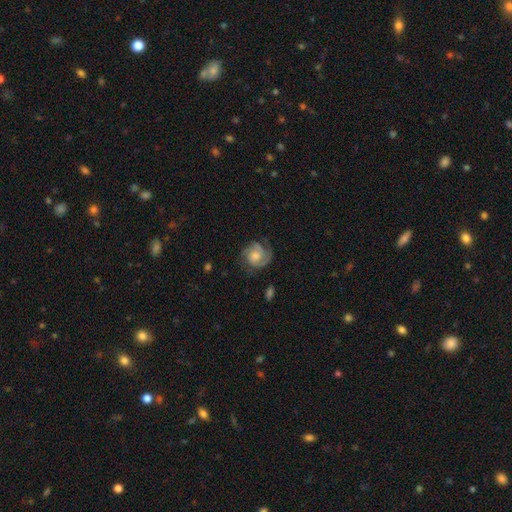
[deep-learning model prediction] A featured or disk galaxy (70%) with no bar (74%), 2 (44%) tight (51%) spiral arms (92%) and a moderate central bulge (49%).

Vote fractions:
- Smooth or featured? featured or disk: 70% / smooth: 22% / star or artifact: 7%
- Edge-on disk? no: 98% / yes: 2%
- Bar? no: 74% / weak: 23% / strong: 3%
- Spiral arms? yes: 92% / no: 8%
- Spiral winding? tight: 51% / medium: 38% / loose: 12%
- Spiral arm count? 2: 44% / 3: 22% / can't tell: 20% / 1: 6% / 4: 4% / more than 4: 3%
- Bulge size? moderate: 49% / small: 21% / large: 20% / none: 7% / dominant: 2%
- Merging? none: 68% / minor disturbance: 20% / major disturbance: 11% / merger: 1%